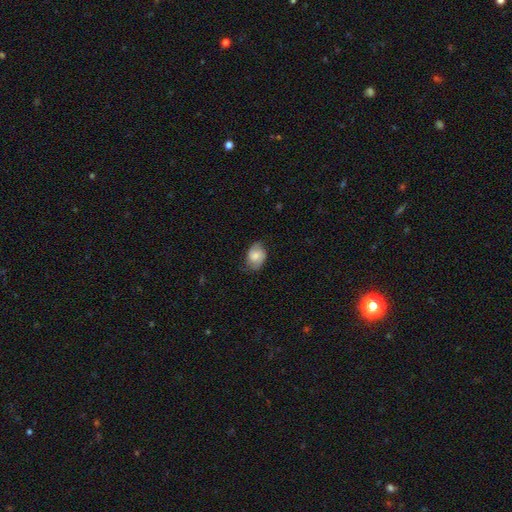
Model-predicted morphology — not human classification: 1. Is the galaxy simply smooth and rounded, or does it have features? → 60% smooth, 32% featured or disk, 8% star or artifact.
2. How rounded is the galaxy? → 71% in between, 27% round, 1% cigar-shaped.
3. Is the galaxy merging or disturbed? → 64% none, 27% minor disturbance, 8% major disturbance, 1% merger.